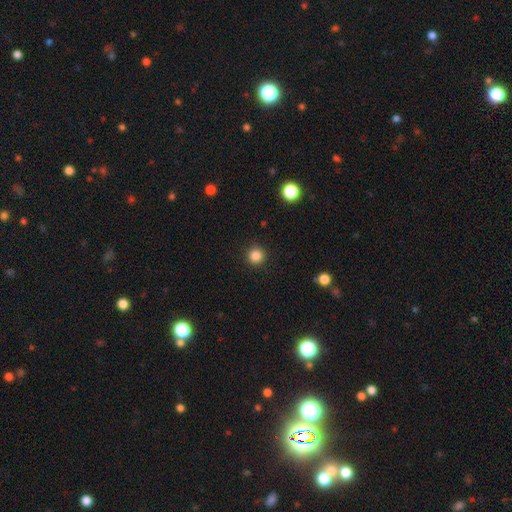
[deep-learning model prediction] Smooth or featured: smooth — 85% (star or artifact — 12%)
How rounded: round — 95% (in between — 4%)
Merging: none — 92% (minor disturbance — 5%)